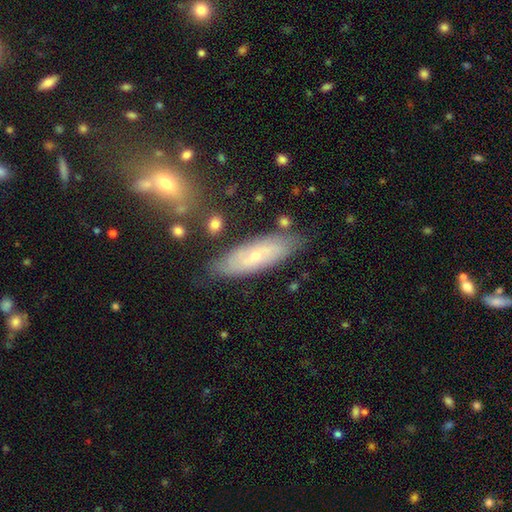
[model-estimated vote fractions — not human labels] This is possibly a featured or disk galaxy (49%). Merging: likely none (77%).